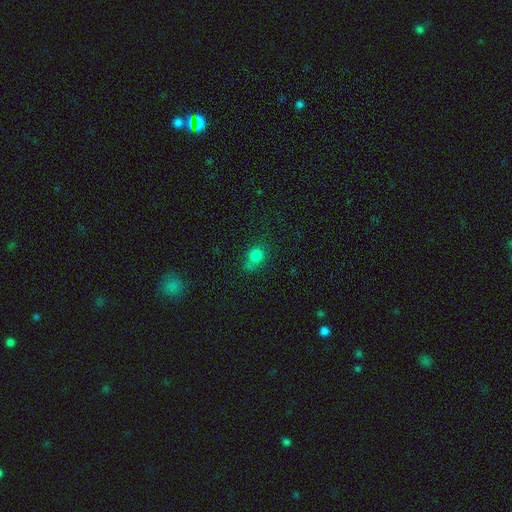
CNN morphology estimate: A smooth galaxy with no disk features (78%) that is round (69%).

Vote fractions:
- Smooth or featured? smooth: 78% / star or artifact: 15% / featured or disk: 7%
- How rounded? round: 69% / in between: 29% / cigar-shaped: 2%
- Merging? none: 51% / minor disturbance: 21% / merger: 19% / major disturbance: 8%